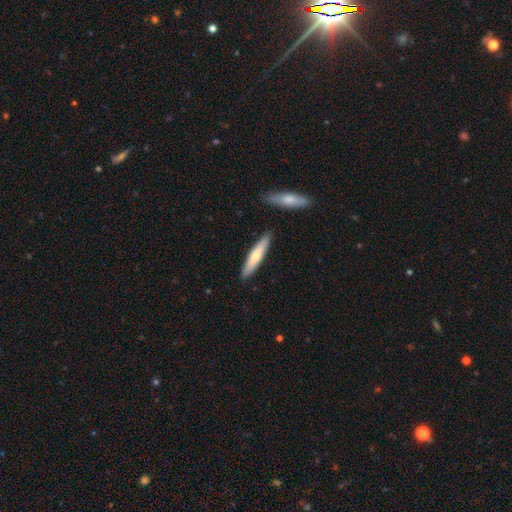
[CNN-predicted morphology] smooth 63%, featured or disk 33%, star or artifact 5%. Down the decision tree: how rounded — cigar-shaped (86%); merging — none (89%).